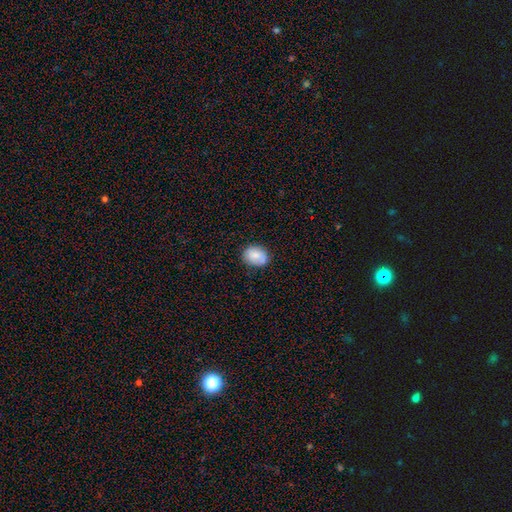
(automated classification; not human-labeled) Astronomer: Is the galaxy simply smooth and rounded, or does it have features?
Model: smooth — 81%.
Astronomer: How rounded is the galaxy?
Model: in between — 61% (runner-up: round, 38%).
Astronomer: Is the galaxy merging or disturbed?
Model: none — 79%.